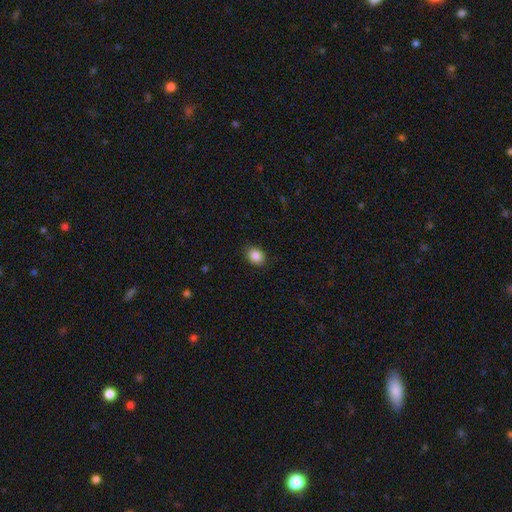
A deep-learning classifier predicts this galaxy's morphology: Smooth or featured?
  - smooth: 87% *
  - star or artifact: 9%
  - featured or disk: 4%
How rounded?
  - round: 50% *
  - in between: 49%
  - cigar-shaped: 1%
Merging?
  - none: 88% *
  - minor disturbance: 9%
  - major disturbance: 2%
  - merger: 1%